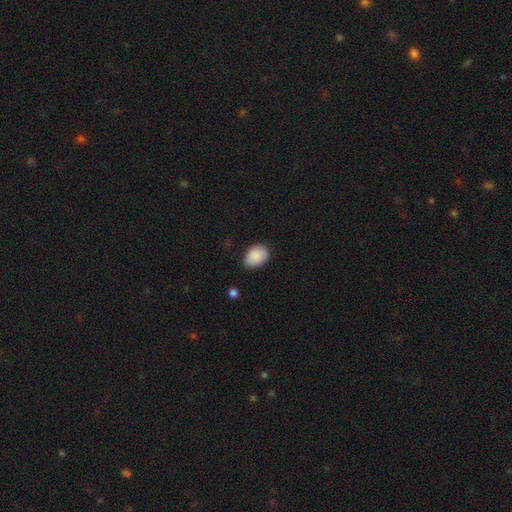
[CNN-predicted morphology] Smooth or featured? smooth (89%)
How rounded? in between (78%)
Merging? none (74%)